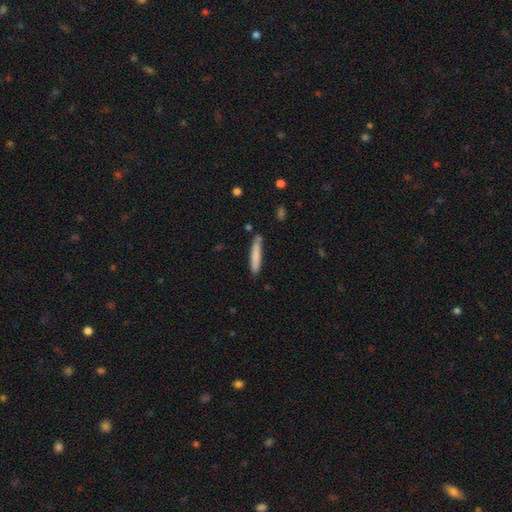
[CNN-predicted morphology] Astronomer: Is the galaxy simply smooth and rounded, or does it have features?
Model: smooth — 78%.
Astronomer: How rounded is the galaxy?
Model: cigar-shaped — 92%.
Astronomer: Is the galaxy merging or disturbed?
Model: none — 79%.